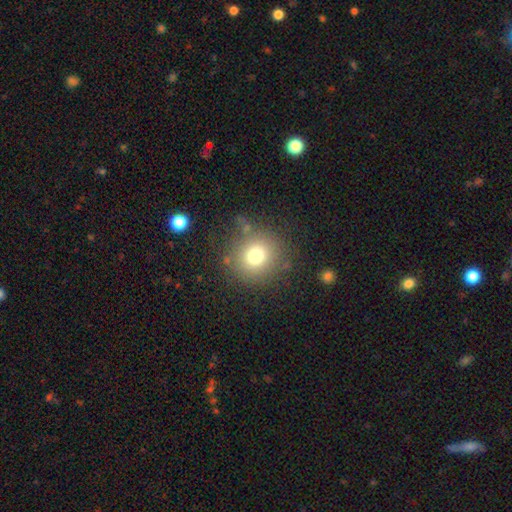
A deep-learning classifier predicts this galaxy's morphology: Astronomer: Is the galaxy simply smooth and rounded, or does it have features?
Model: smooth — 75%.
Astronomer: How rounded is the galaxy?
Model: round — 91%.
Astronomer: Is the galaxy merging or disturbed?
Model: none — 79%.